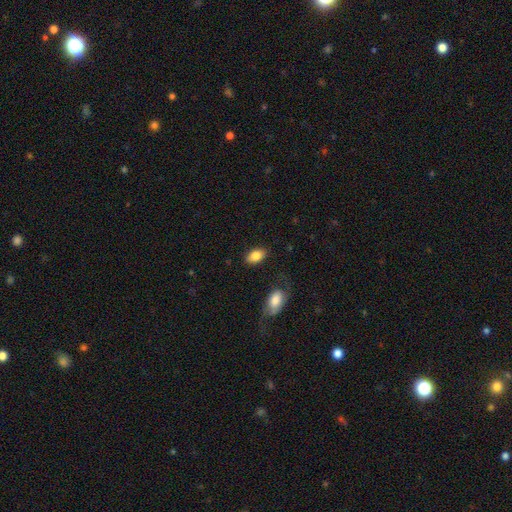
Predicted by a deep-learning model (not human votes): This is clearly a smooth galaxy (84%). How rounded: clearly in between (91%). Merging: clearly none (84%).